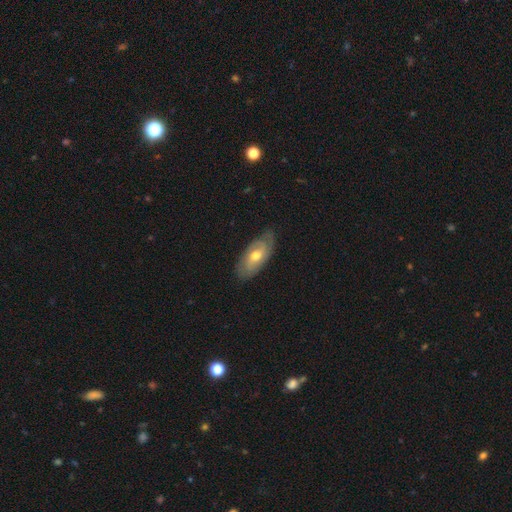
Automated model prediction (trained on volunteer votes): smooth-or-featured: featured or disk: 58% | smooth: 36% | star or artifact: 6%
  disk-edge-on: no: 86% | yes: 14%
  merging: none: 78% | minor disturbance: 18% | major disturbance: 4% | merger: 1%